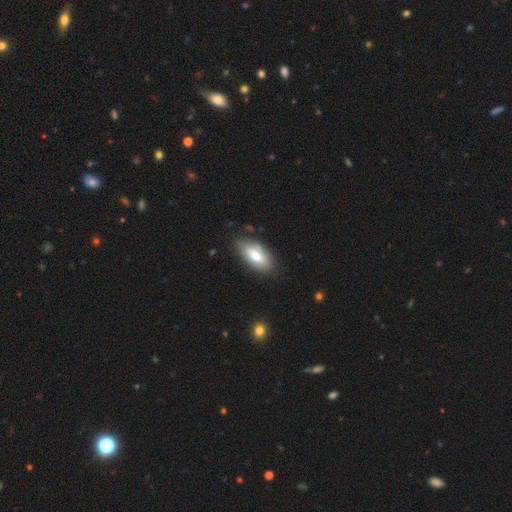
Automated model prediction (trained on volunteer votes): A smooth galaxy with no disk features (70%) that is in between round and cigar-shaped (91%). Merging: none (79%).